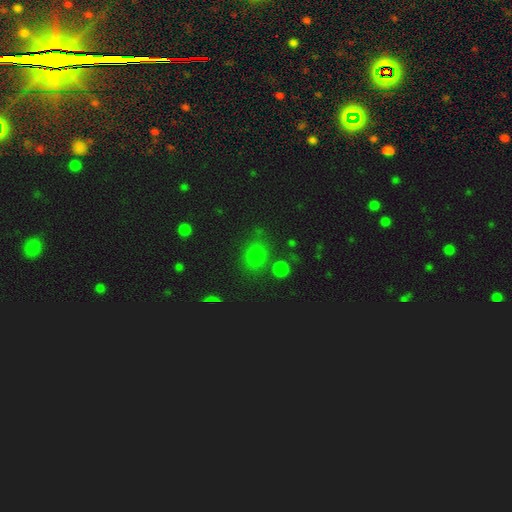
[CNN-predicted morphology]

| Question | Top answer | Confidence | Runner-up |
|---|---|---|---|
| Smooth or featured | smooth | 72% | star or artifact (20%) |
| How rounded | round | 64% | in between (34%) |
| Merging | none | 70% | minor disturbance (15%) |